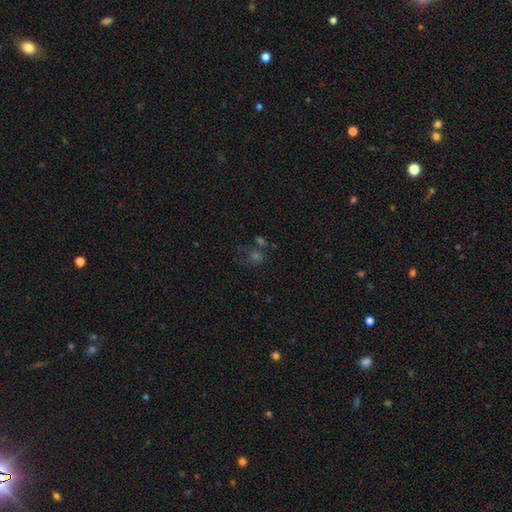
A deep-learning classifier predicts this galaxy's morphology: Smooth or featured? star or artifact (41%)